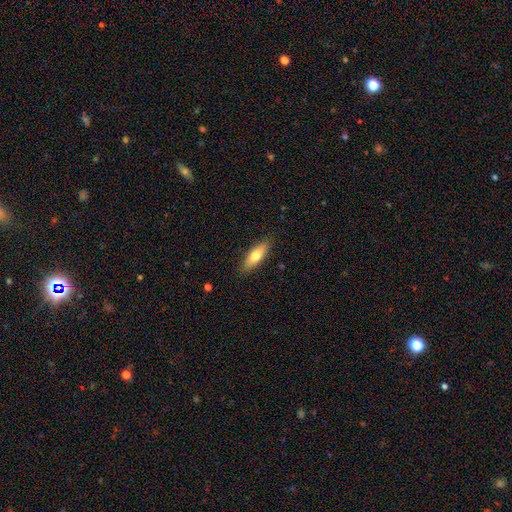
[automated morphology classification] This appears to be a smooth galaxy with no disk features (70%) that is in between round and cigar-shaped (55%). Merging: none (87%).